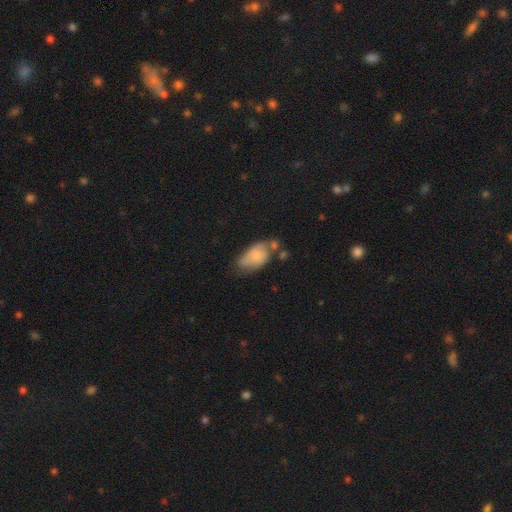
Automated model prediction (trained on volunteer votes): smooth 68%, featured or disk 25%, star or artifact 8%. Down the decision tree: how rounded — in between (91%); merging — none (34%).